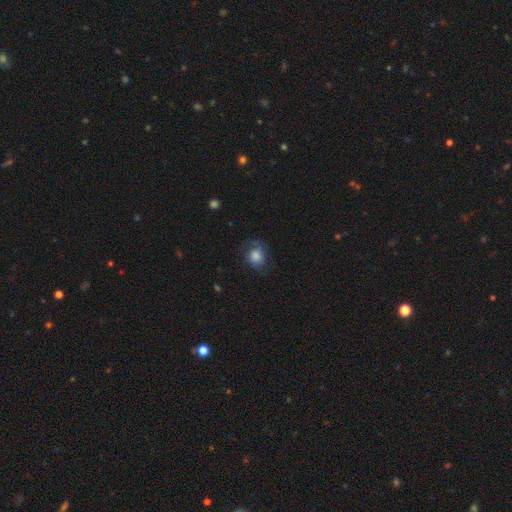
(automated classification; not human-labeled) smooth 56%, featured or disk 35%, star or artifact 10%. Down the decision tree: how rounded — round (63%); merging — none (60%).